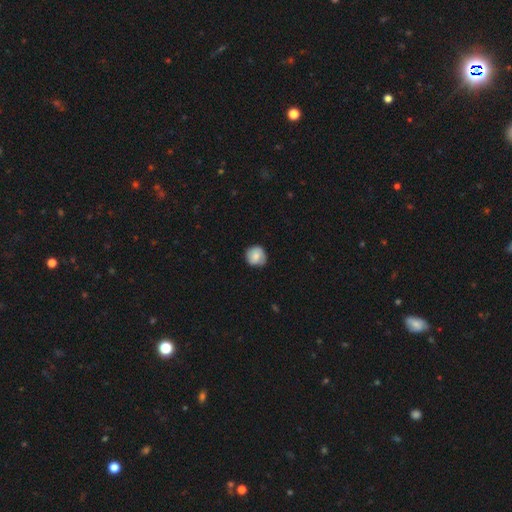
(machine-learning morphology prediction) Smooth or featured?
  - smooth: 76% *
  - featured or disk: 16%
  - star or artifact: 7%
How rounded?
  - round: 90% *
  - in between: 9%
  - cigar-shaped: 1%
Merging?
  - none: 76% *
  - minor disturbance: 19%
  - major disturbance: 3%
  - merger: 1%